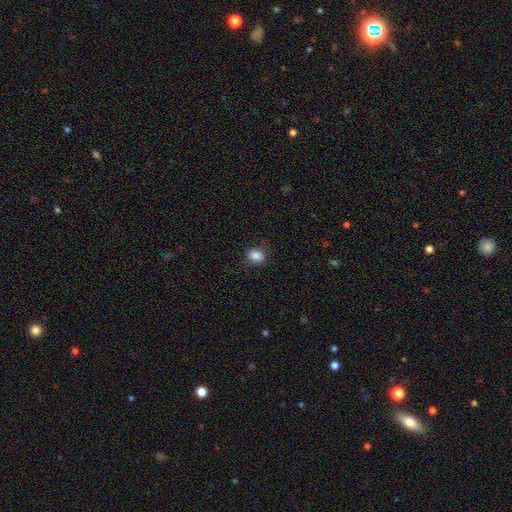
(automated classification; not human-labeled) Q: Smooth or featured?
A: smooth (86%); runner-up: star or artifact (10%)
Q: How rounded?
A: in between (61%); runner-up: round (38%)
Q: Merging?
A: none (82%); runner-up: minor disturbance (13%)